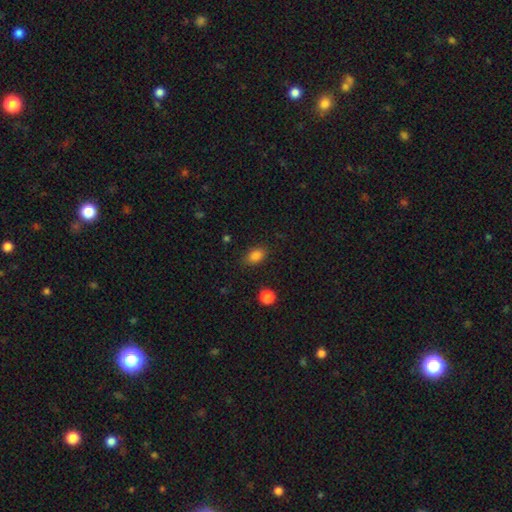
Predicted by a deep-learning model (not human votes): smooth_or_featured: smooth (p=0.85) [alt: star or artifact p=0.11]
how_rounded: in between (p=0.78) [alt: round p=0.20]
merging: none (p=0.82) [alt: minor disturbance p=0.13]